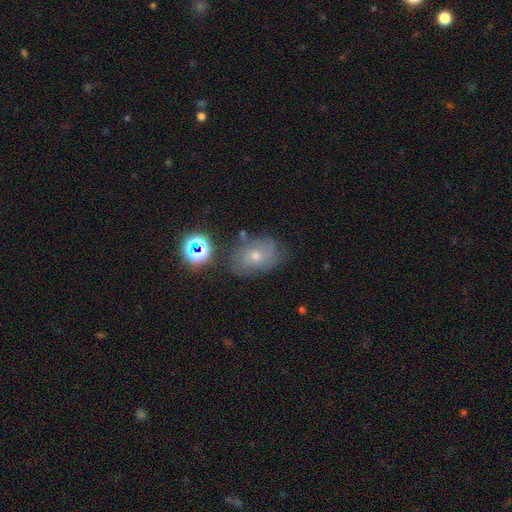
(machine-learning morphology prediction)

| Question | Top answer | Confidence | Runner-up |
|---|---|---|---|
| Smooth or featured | smooth | 39% | featured or disk (38%) |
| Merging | none | 65% | minor disturbance (22%) |